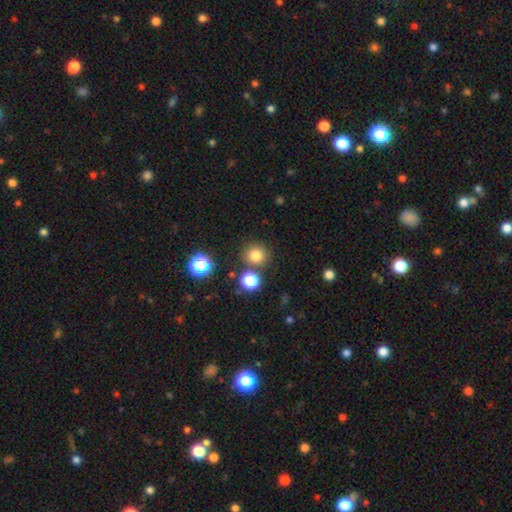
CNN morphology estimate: A smooth galaxy with no disk features (78%) that is round (91%). Merging: none (80%).